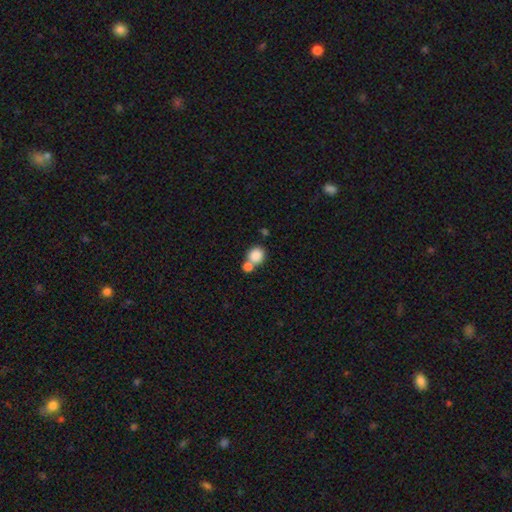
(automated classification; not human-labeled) A smooth galaxy with no disk features (85%) that is round (78%). Merging: none (47%).